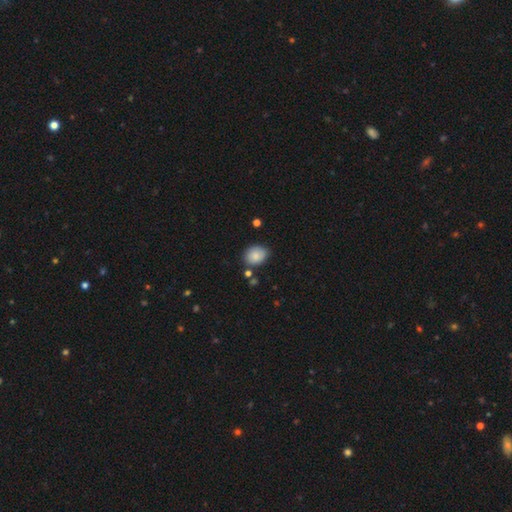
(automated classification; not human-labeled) Smooth or featured? Predicted: smooth (p=0.83). How rounded? Predicted: in between (p=0.55). Merging? Predicted: none (p=0.76).